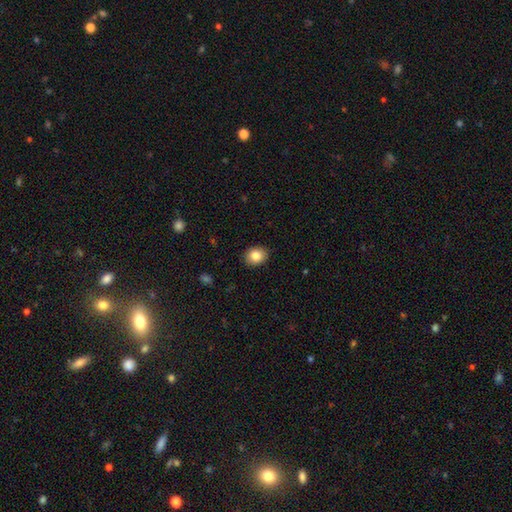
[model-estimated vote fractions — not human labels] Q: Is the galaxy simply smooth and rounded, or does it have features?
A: smooth — 85%.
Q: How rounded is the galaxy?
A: round — 52%.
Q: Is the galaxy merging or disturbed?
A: none — 89%.